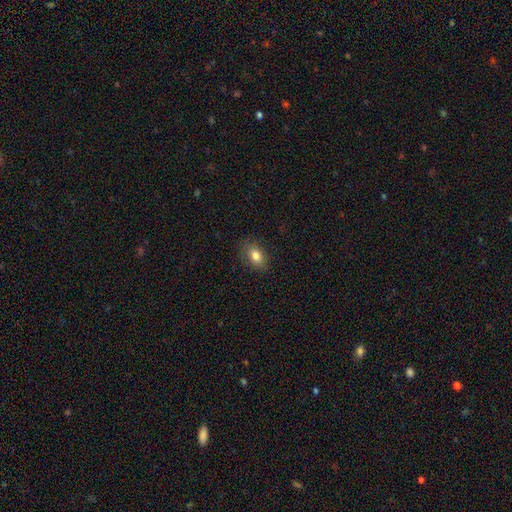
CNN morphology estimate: The model was most divided on "how rounded": in between: 81%, round: 17%, cigar-shaped: 2%. More confident: merging — none (82%); smooth or featured — smooth (80%).